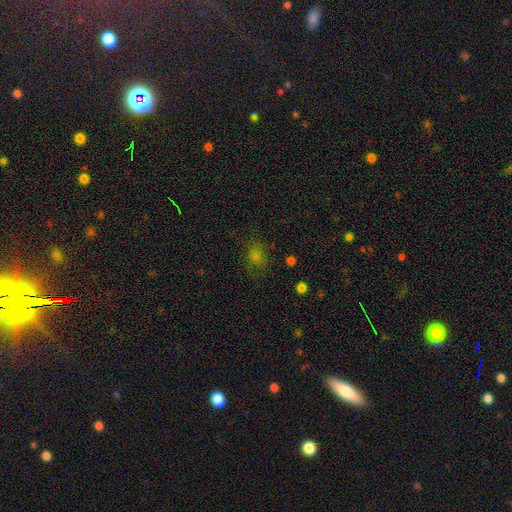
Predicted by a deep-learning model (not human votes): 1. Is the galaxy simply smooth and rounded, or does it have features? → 60% smooth, 30% star or artifact, 10% featured or disk.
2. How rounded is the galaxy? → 51% in between, 48% round, 2% cigar-shaped.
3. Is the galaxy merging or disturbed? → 75% none, 16% minor disturbance, 7% major disturbance, 2% merger.